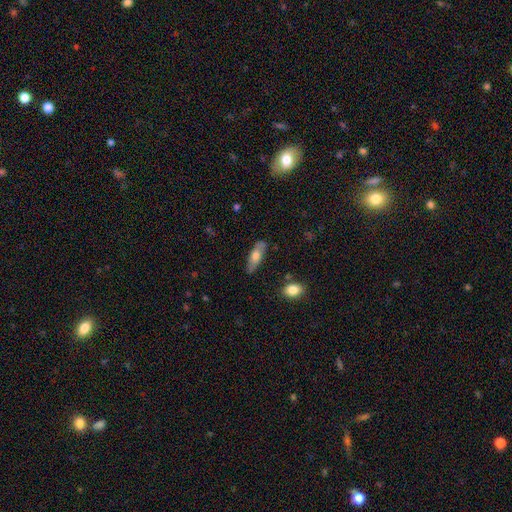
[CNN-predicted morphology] smooth 60%, featured or disk 34%, star or artifact 6%. Down the decision tree: how rounded — in between (59%); merging — none (78%).